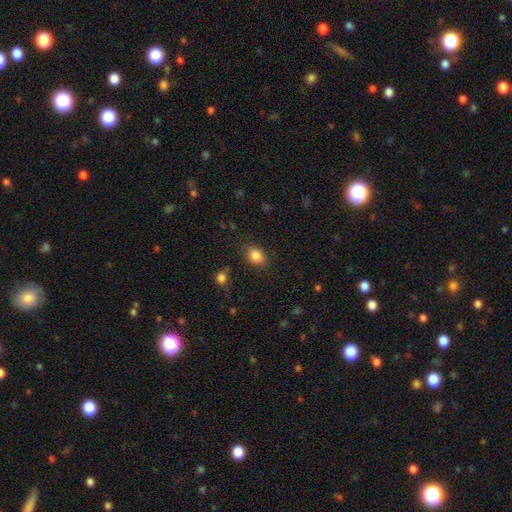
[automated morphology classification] smooth-or-featured: smooth: 85% | star or artifact: 9% | featured or disk: 6%
  how-rounded: in between: 79% | round: 20% | cigar-shaped: 1%
  merging: none: 81% | minor disturbance: 13% | major disturbance: 4% | merger: 2%